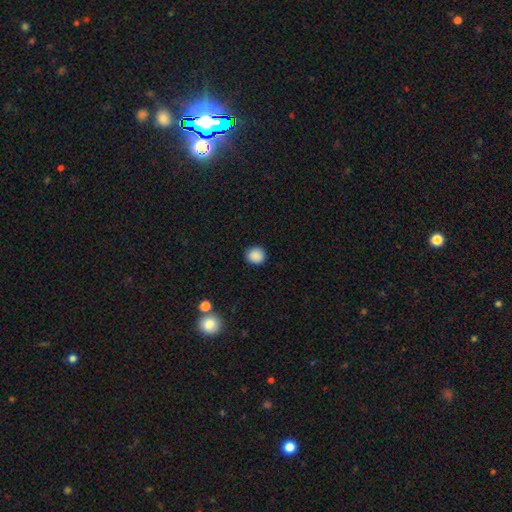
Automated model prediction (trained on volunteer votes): Smooth or featured? smooth (88%)
How rounded? round (91%)
Merging? none (90%)